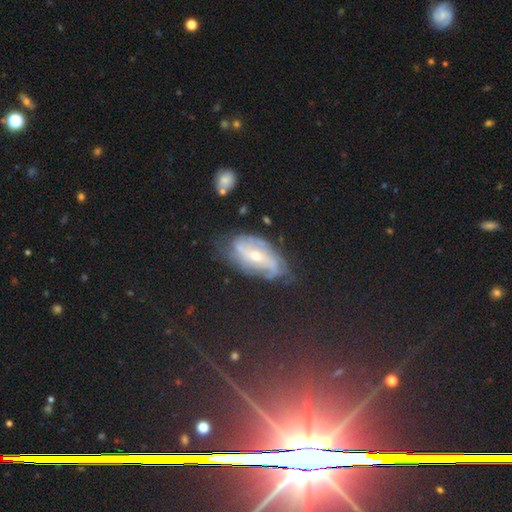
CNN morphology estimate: type=featured or disk (76%); edge-on=no (92%); bar=no (47%); spiral arms=yes (89%); winding=tight (41%); arm count=can't tell (38%); bulge=small (50%); merging=none (65%).